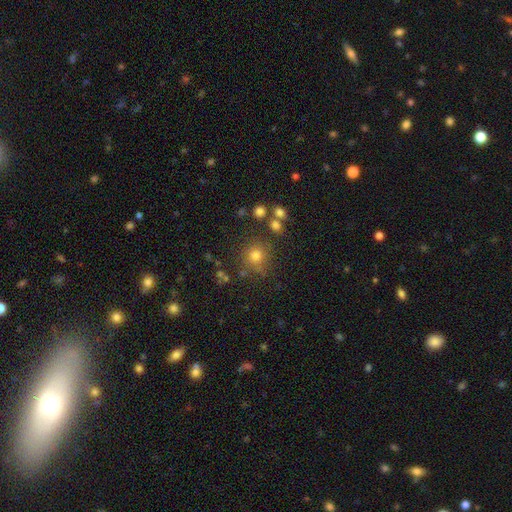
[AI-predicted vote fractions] smooth_or_featured: smooth (p=0.74) [alt: star or artifact p=0.18]
how_rounded: round (p=0.92) [alt: in between p=0.07]
merging: none (p=0.77) [alt: minor disturbance p=0.11]